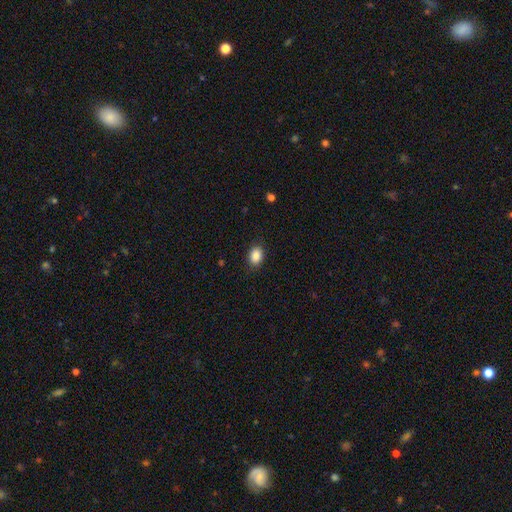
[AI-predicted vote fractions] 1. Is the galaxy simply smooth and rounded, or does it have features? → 88% smooth, 8% star or artifact, 4% featured or disk.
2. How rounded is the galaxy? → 70% in between, 29% round, 1% cigar-shaped.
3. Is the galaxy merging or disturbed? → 86% none, 11% minor disturbance, 3% major disturbance, 1% merger.